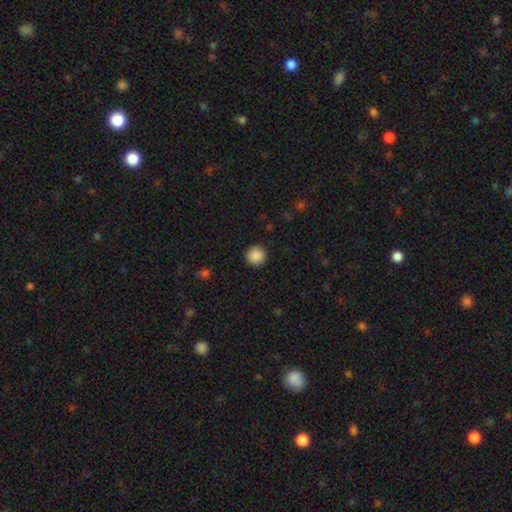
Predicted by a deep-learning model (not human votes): smooth-or-featured: smooth: 89% | star or artifact: 9% | featured or disk: 2%
  how-rounded: round: 95% | in between: 4% | cigar-shaped: 1%
  merging: none: 91% | minor disturbance: 6% | major disturbance: 2% | merger: 1%